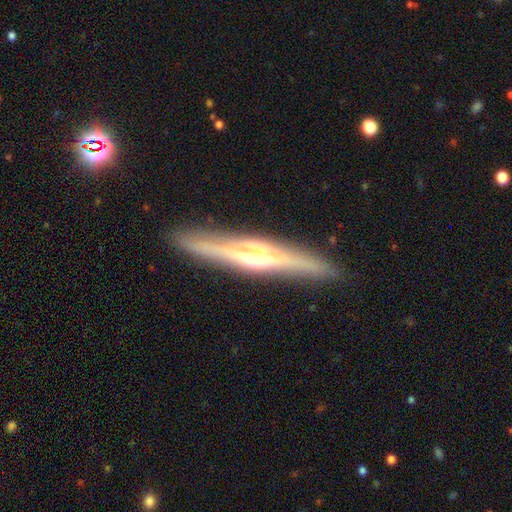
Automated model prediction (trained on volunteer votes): This appears to be a featured or disk galaxy (77%) viewed edge-on (96%) with a rounded central bulge (66%). Merging: none (89%).